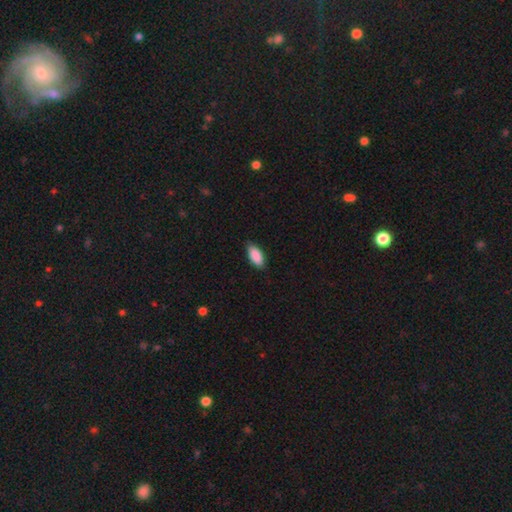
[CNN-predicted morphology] A smooth galaxy with no disk features (89%) that is in between round and cigar-shaped (91%).

Vote fractions:
- Smooth or featured? smooth: 89% / star or artifact: 6% / featured or disk: 4%
- How rounded? in between: 91% / cigar-shaped: 7% / round: 2%
- Merging? none: 85% / minor disturbance: 12% / major disturbance: 2% / merger: 1%